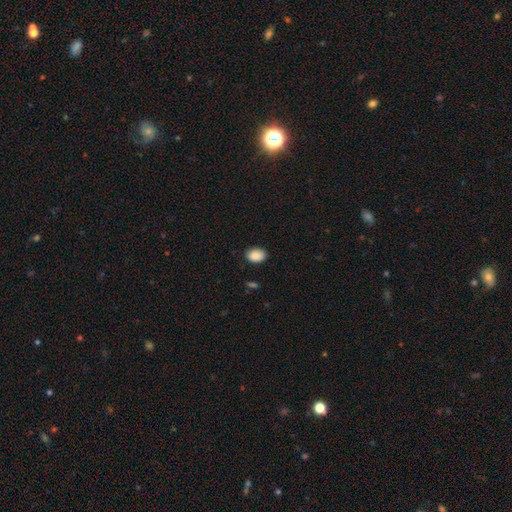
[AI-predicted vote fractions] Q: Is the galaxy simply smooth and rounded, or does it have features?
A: smooth — 89%.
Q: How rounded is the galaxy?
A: in between — 79%.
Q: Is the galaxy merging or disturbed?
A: none — 87%.